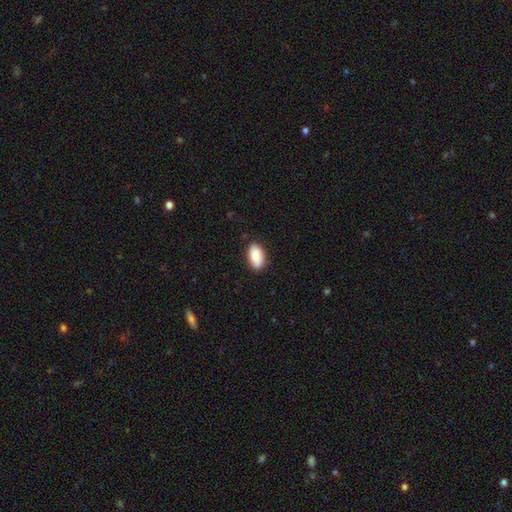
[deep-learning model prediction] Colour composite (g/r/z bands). It shows a smooth galaxy with no disk features (86%) that is in between round and cigar-shaped (93%). Merging: none (79%).